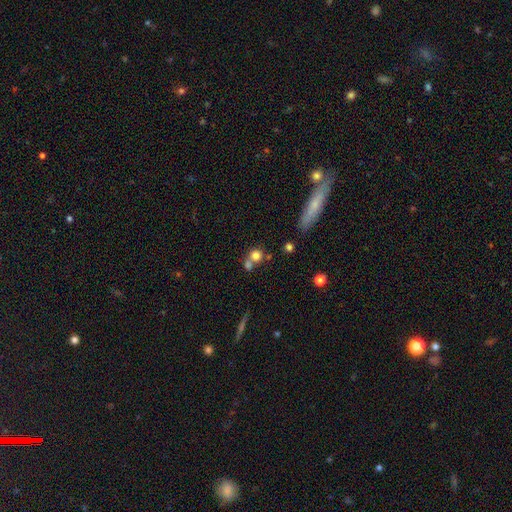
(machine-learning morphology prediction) Q: Smooth or featured?
A: smooth (76%); runner-up: star or artifact (12%)
Q: How rounded?
A: round (85%); runner-up: in between (13%)
Q: Merging?
A: none (45%); runner-up: merger (43%)